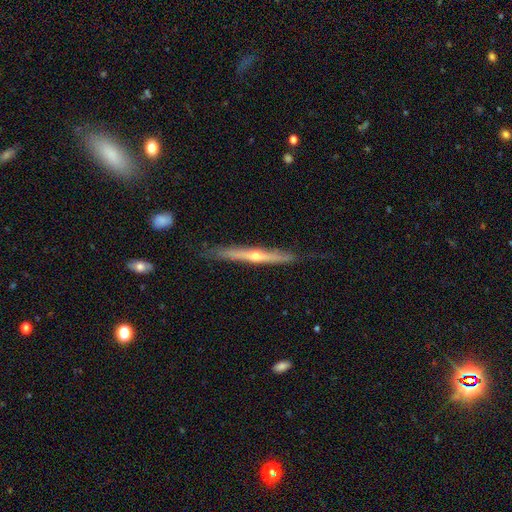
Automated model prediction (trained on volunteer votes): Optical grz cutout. It shows a featured or disk galaxy (73%) viewed edge-on (96%) with a rounded central bulge (82%). Merging: none (81%).